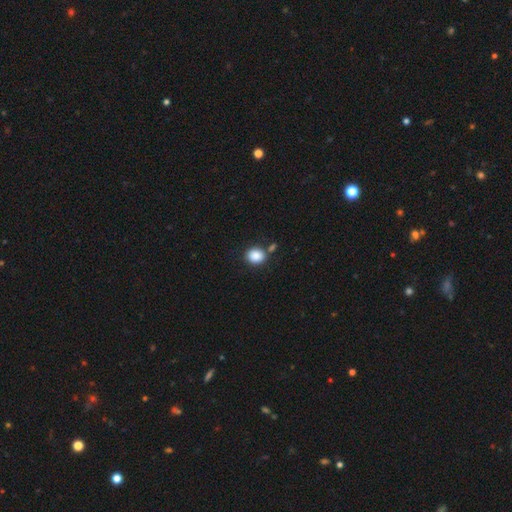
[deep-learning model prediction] Q: Smooth or featured?
A: smooth (87%); runner-up: star or artifact (9%)
Q: How rounded?
A: round (62%); runner-up: in between (37%)
Q: Merging?
A: none (72%); runner-up: minor disturbance (12%)